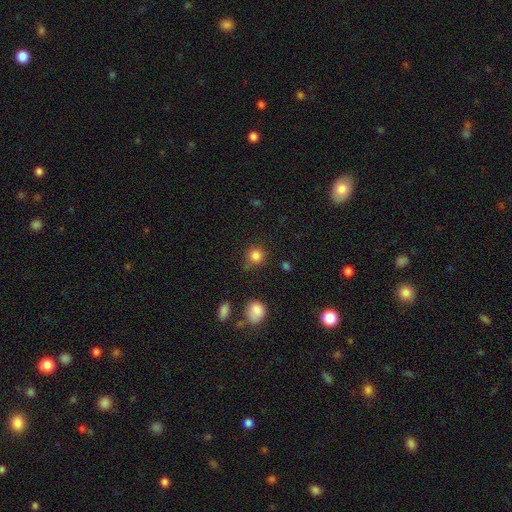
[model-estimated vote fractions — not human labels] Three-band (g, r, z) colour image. It shows a smooth galaxy with no disk features (84%) that is round (90%). Merging: none (76%).